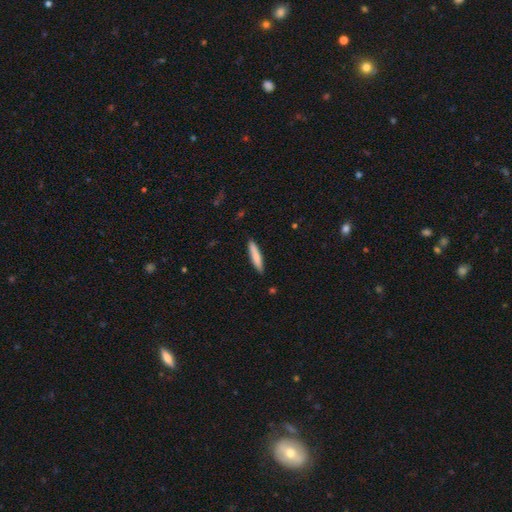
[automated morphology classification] This is likely a smooth galaxy (79%). How rounded: clearly cigar-shaped (89%). Merging: clearly none (88%).